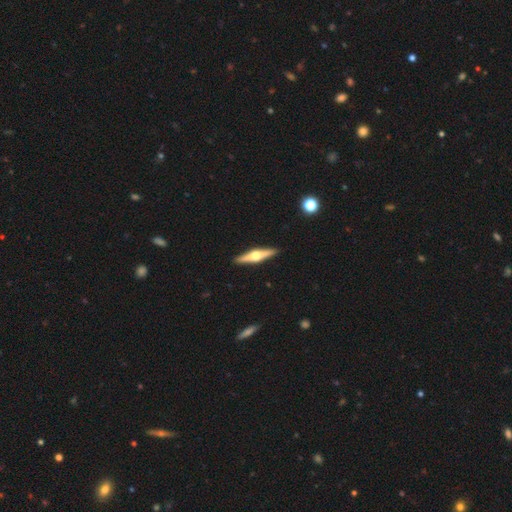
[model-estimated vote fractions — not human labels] This appears to be a featured or disk galaxy (75%) viewed edge-on (98%) with a rounded central bulge (95%). Merging: none (92%).